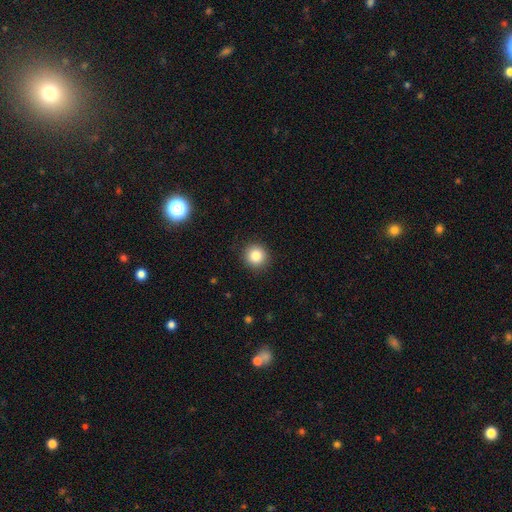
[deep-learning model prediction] Morphology: type=smooth (84%); roundness=round (94%); merging=none (91%).